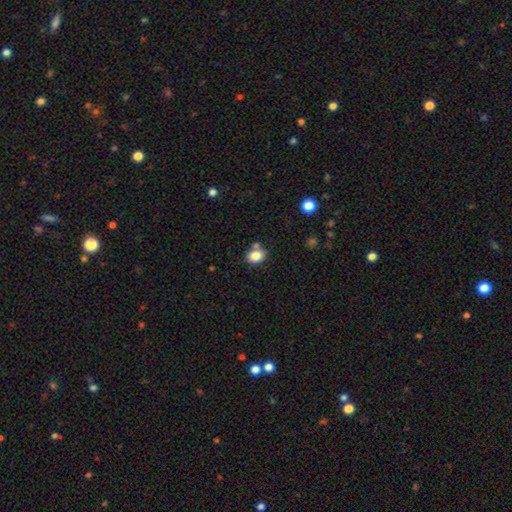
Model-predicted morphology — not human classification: This is clearly a smooth galaxy (83%). How rounded: possibly in between (50%). Merging: likely none (68%).